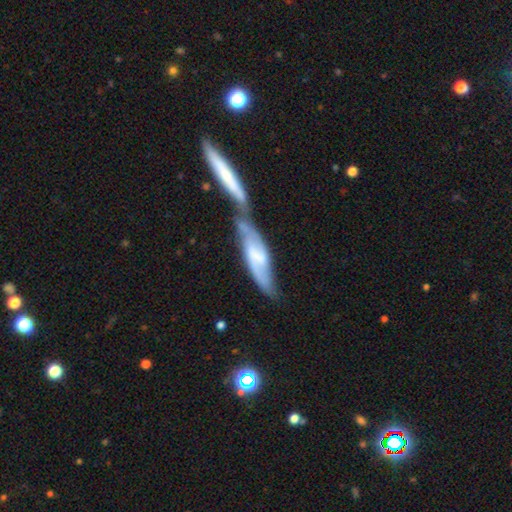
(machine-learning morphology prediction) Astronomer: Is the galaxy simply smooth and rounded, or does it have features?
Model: featured or disk — 62%.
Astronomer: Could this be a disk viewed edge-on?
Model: no — 69%.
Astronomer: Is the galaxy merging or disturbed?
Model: merger — 60%.